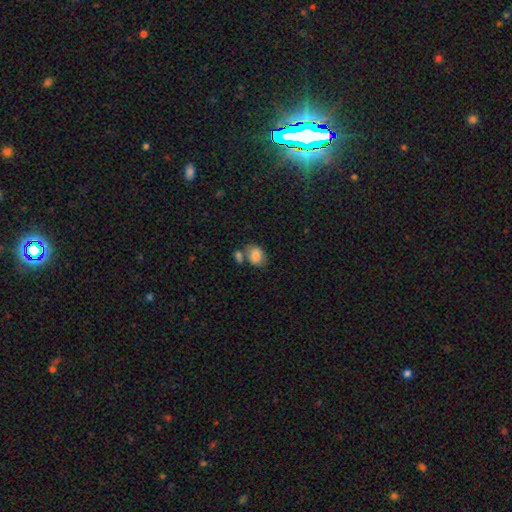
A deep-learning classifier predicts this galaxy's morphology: A smooth galaxy with no disk features (78%) that is in between round and cigar-shaped (65%). Merging: none (48%).